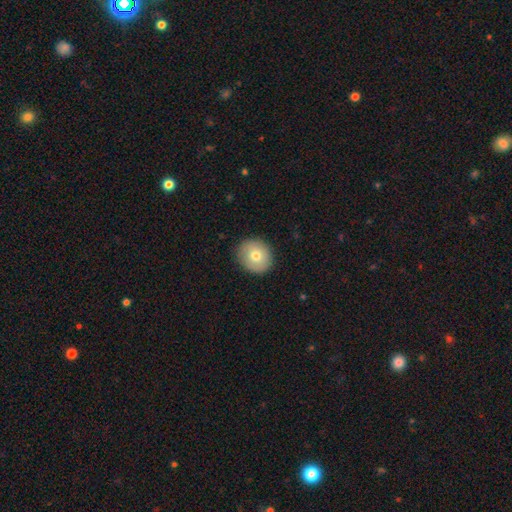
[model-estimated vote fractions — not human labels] Smooth or featured: smooth — 75% (featured or disk — 17%)
How rounded: round — 78% (in between — 21%)
Merging: none — 88% (minor disturbance — 9%)